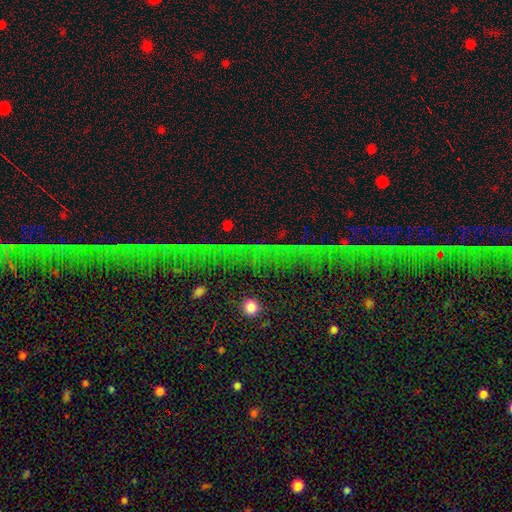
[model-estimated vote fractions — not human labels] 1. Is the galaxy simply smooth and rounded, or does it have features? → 83% star or artifact, 10% featured or disk, 7% smooth.